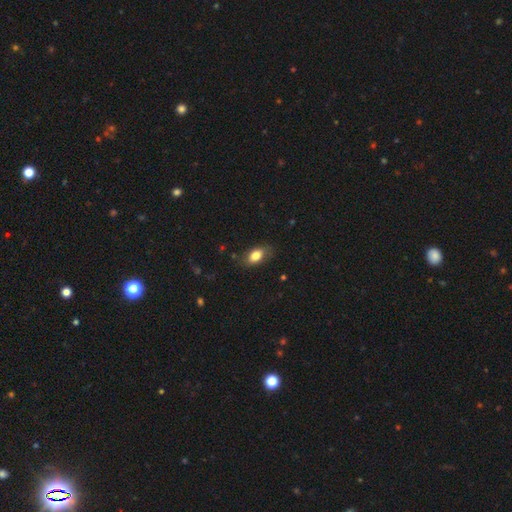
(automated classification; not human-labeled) Overall: smooth (80%). How rounded: in between (87%). Merging: none (77%).